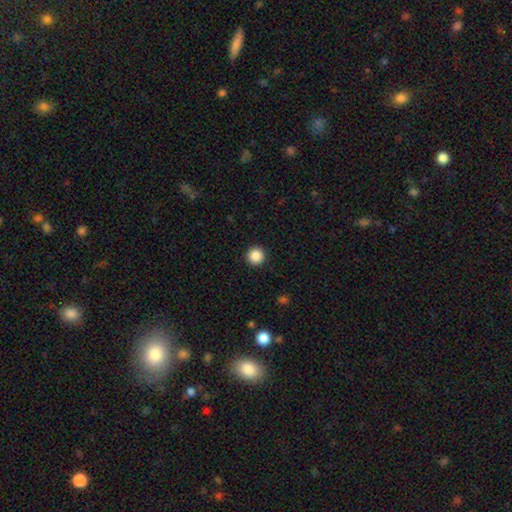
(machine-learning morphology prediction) Smooth or featured?
  - smooth: 88% *
  - star or artifact: 10%
  - featured or disk: 3%
How rounded?
  - round: 96% *
  - in between: 3%
  - cigar-shaped: 1%
Merging?
  - none: 93% *
  - minor disturbance: 4%
  - major disturbance: 2%
  - merger: 1%